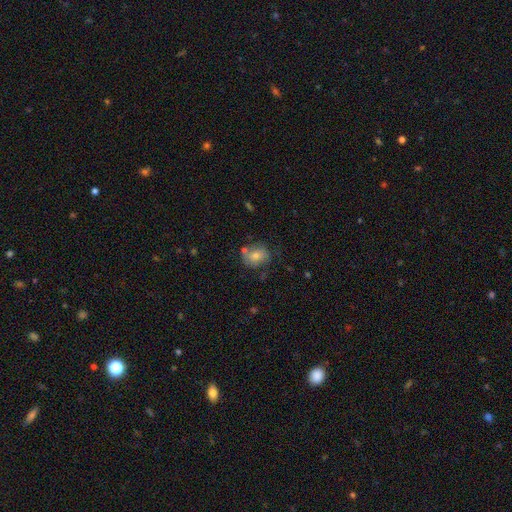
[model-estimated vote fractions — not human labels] Morphology: type=smooth (63%); roundness=round (64%); merging=none (67%).